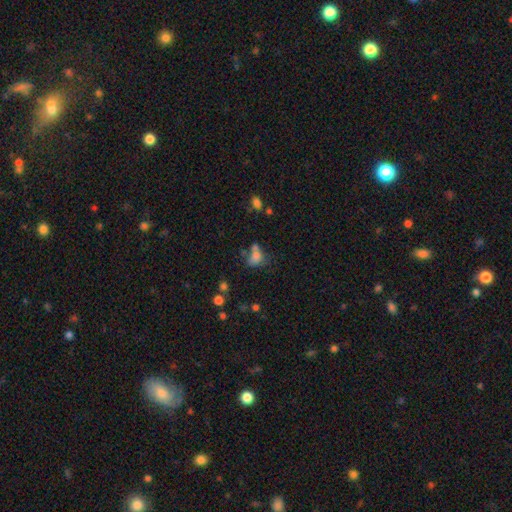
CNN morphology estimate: Q: Smooth or featured?
A: smooth (74%); runner-up: star or artifact (14%)
Q: How rounded?
A: in between (70%); runner-up: round (28%)
Q: Merging?
A: none (35%); tied with: merger (35%)